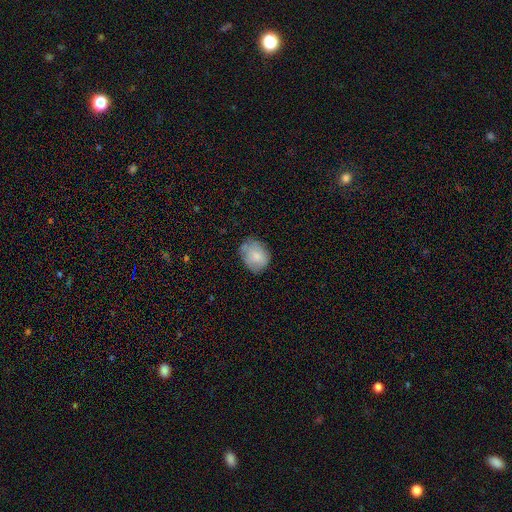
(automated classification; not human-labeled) Q: Smooth or featured?
A: smooth (77%); runner-up: featured or disk (16%)
Q: How rounded?
A: in between (53%); runner-up: round (46%)
Q: Merging?
A: none (67%); runner-up: minor disturbance (25%)